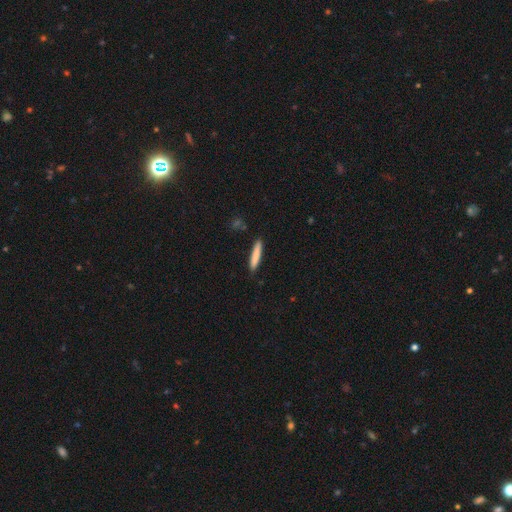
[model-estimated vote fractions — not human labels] smooth_or_featured: smooth (p=0.83) [alt: featured or disk p=0.11]
how_rounded: cigar-shaped (p=0.93) [alt: in between p=0.06]
merging: none (p=0.88) [alt: minor disturbance p=0.09]